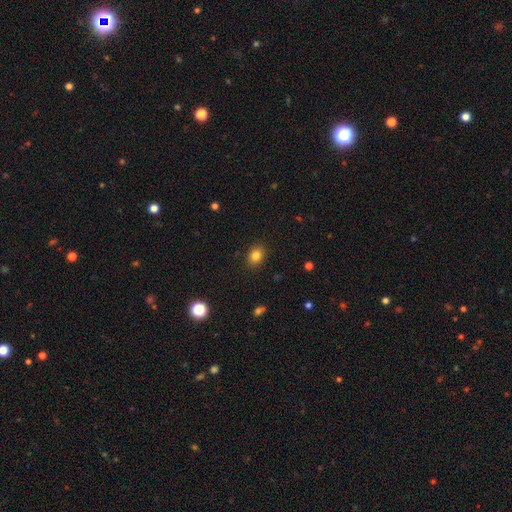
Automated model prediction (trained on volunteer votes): smooth_or_featured: smooth (p=0.82) [alt: star or artifact p=0.12]
how_rounded: in between (p=0.52) [alt: round p=0.47]
merging: none (p=0.89) [alt: minor disturbance p=0.08]